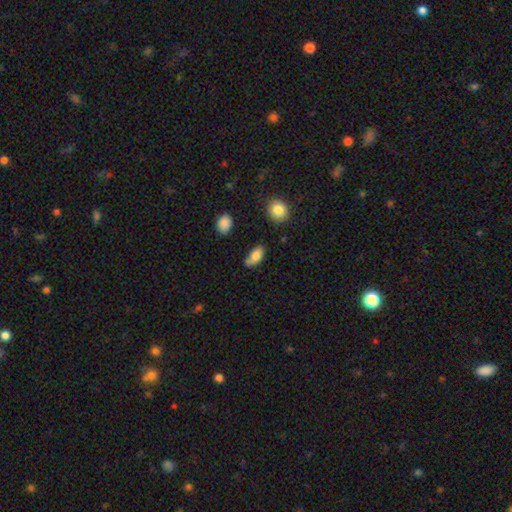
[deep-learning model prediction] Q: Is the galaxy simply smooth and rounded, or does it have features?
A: smooth — 80%.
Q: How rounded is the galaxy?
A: in between — 89%.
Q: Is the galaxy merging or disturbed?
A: none — 54%.